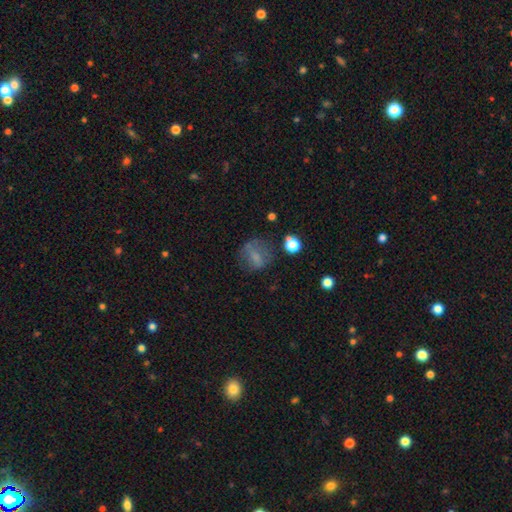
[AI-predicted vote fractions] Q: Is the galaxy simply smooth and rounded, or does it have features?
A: smooth — 59%.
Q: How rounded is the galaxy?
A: round — 55%.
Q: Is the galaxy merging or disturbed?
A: none — 56%.